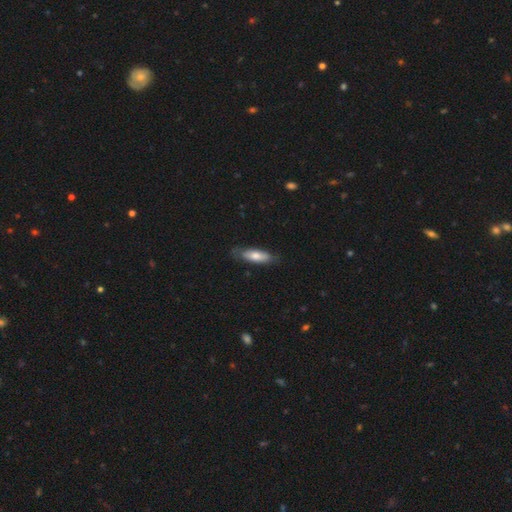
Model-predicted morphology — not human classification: A smooth galaxy with no disk features (69%) that is in between round and cigar-shaped (59%). Merging: none (74%).